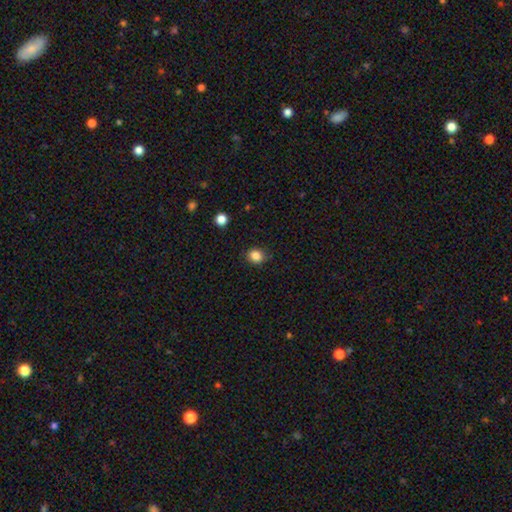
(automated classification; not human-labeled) Smooth or featured? Predicted: smooth (p=0.85). How rounded? Predicted: round (p=0.64). Merging? Predicted: none (p=0.83).